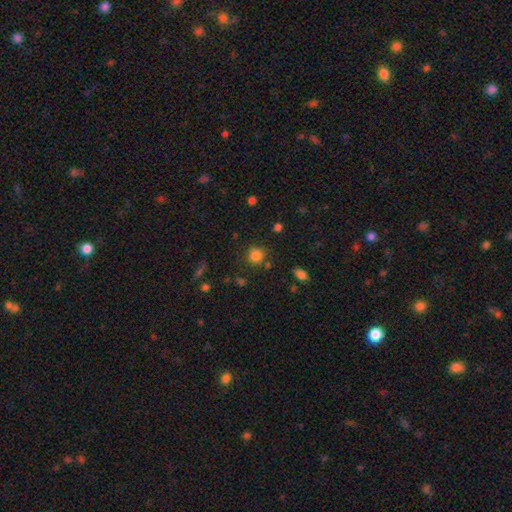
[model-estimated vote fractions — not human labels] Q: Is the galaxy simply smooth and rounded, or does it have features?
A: smooth — 83%.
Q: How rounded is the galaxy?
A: round — 87%.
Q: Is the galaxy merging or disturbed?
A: none — 80%.